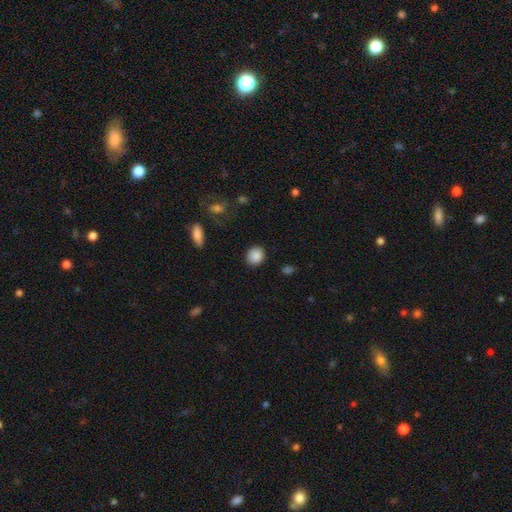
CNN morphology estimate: Overall: smooth (88%). How rounded: round (76%). Merging: none (88%).